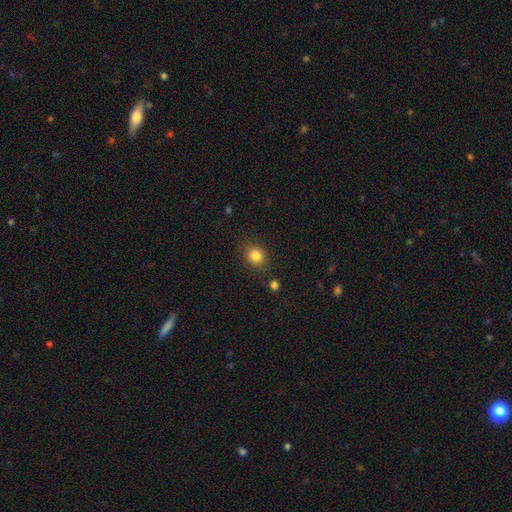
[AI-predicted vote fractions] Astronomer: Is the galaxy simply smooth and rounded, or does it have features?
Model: smooth — 83%.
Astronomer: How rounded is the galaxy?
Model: round — 70%.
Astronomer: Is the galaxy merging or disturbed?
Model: none — 83%.